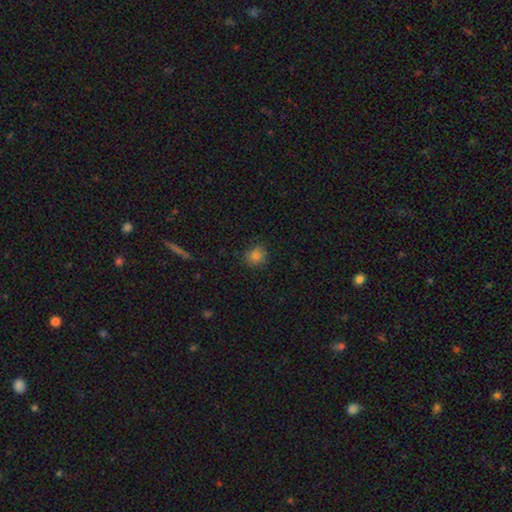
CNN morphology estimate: type=smooth (81%); roundness=round (84%); merging=none (85%).